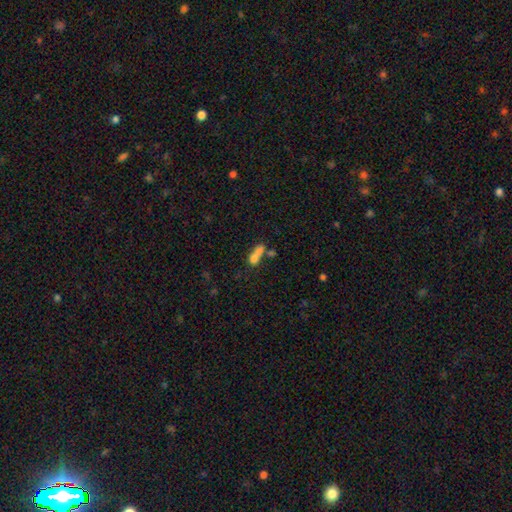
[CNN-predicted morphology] Smooth or featured? smooth (67%)
How rounded? in between (52%)
Merging? merger (59%)